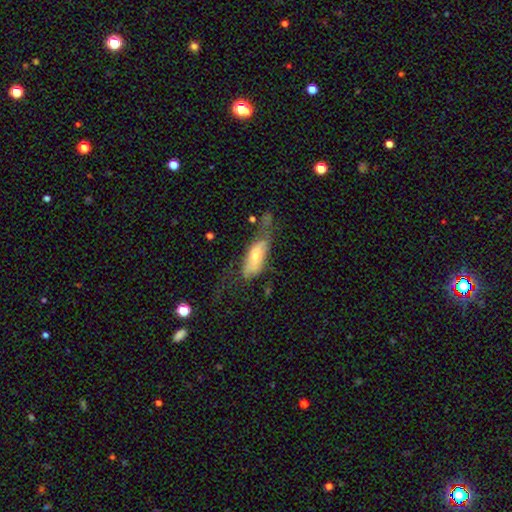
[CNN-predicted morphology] Smooth or featured? smooth (60%)
How rounded? in between (77%)
Merging? none (34%)